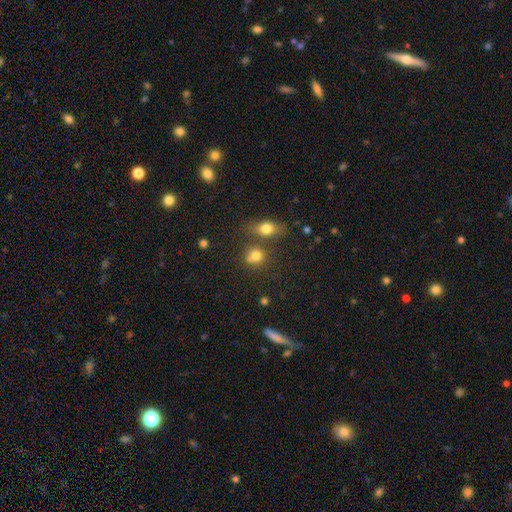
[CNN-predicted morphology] The model was most divided on "merging": none: 55%, merger: 29%, minor disturbance: 11%, major disturbance: 5%. More confident: smooth or featured — smooth (75%); how rounded — round (72%).